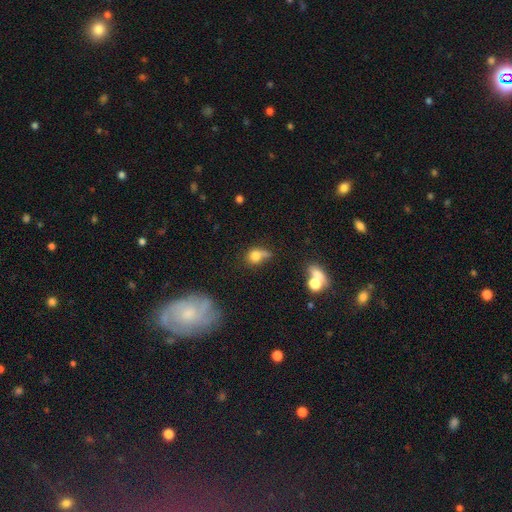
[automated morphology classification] type=smooth (73%); roundness=round (58%); merging=none (34%).